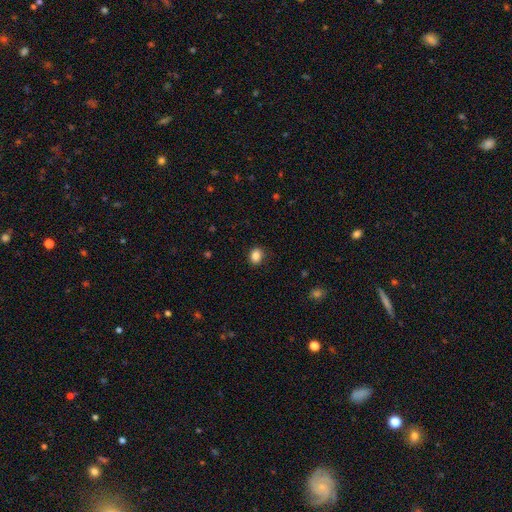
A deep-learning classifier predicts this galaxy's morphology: This appears to be a smooth galaxy with no disk features (86%) that is in between round and cigar-shaped (51%). Merging: none (86%).